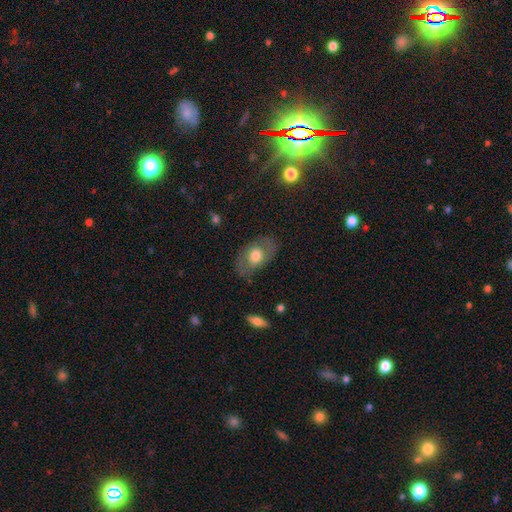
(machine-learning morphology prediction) This is possibly a smooth galaxy (60%). How rounded: clearly in between (86%). Merging: likely none (76%).